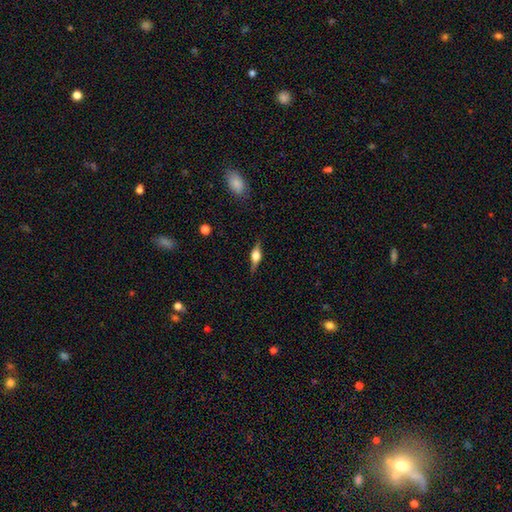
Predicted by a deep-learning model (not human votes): featured or disk 65%, smooth 27%, star or artifact 7%. Down the decision tree: edge-on disk — yes (95%); edge-on bulge — rounded (91%); merging — none (84%).